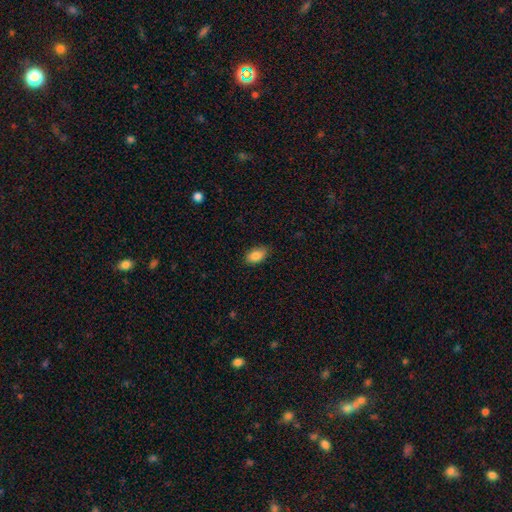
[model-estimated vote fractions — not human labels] This is clearly a smooth galaxy (86%). How rounded: clearly in between (91%). Merging: clearly none (84%).